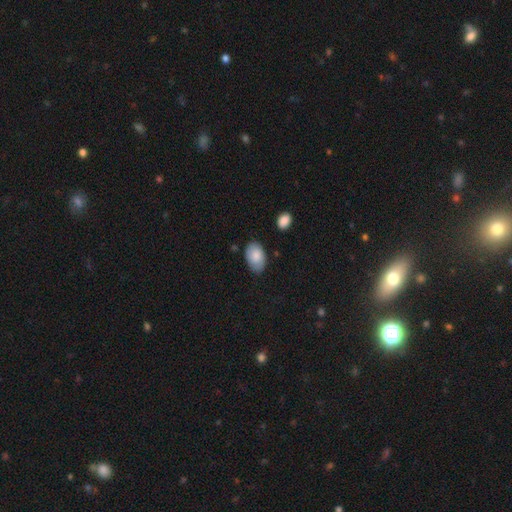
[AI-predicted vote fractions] Smooth or featured?
  - smooth: 82% *
  - featured or disk: 12%
  - star or artifact: 6%
How rounded?
  - in between: 92% *
  - round: 7%
  - cigar-shaped: 1%
Merging?
  - none: 77% *
  - minor disturbance: 17%
  - major disturbance: 3%
  - merger: 3%